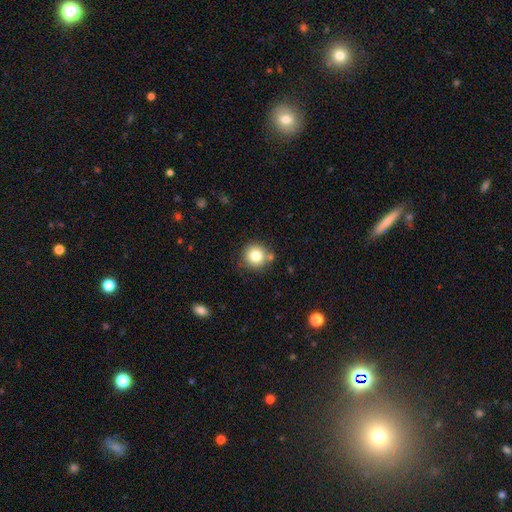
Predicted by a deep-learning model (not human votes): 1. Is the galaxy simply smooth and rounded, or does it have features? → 80% smooth, 11% star or artifact, 9% featured or disk.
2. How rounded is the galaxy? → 94% round, 5% in between, 1% cigar-shaped.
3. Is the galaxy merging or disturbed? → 78% none, 11% minor disturbance, 8% merger, 3% major disturbance.